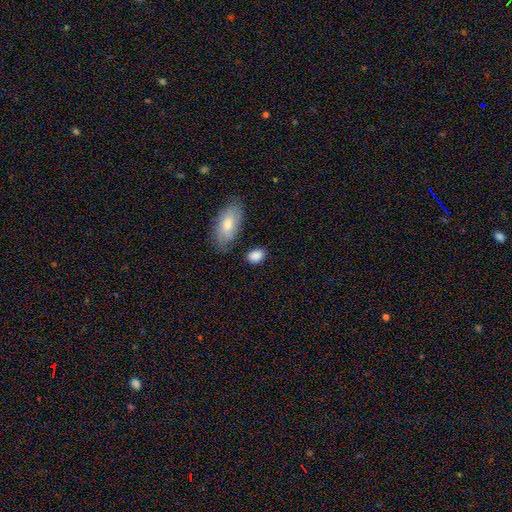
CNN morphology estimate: A smooth galaxy with no disk features (87%) that is in between round and cigar-shaped (79%).

Vote fractions:
- Smooth or featured? smooth: 87% / star or artifact: 7% / featured or disk: 6%
- How rounded? in between: 79% / round: 19% / cigar-shaped: 2%
- Merging? none: 75% / minor disturbance: 15% / merger: 6% / major disturbance: 4%